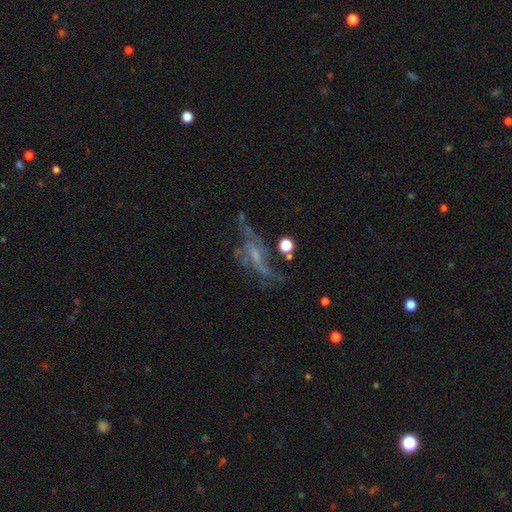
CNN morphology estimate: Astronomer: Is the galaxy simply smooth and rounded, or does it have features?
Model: featured or disk — 70%.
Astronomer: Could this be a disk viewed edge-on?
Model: no — 86%.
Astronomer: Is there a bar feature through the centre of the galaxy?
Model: no — 48% (runner-up: weak, 37%).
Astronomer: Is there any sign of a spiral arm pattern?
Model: yes — 68%.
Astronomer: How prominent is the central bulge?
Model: small — 51% (runner-up: none, 27%).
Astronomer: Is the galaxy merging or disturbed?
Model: none — 43% (runner-up: major disturbance, 30%).